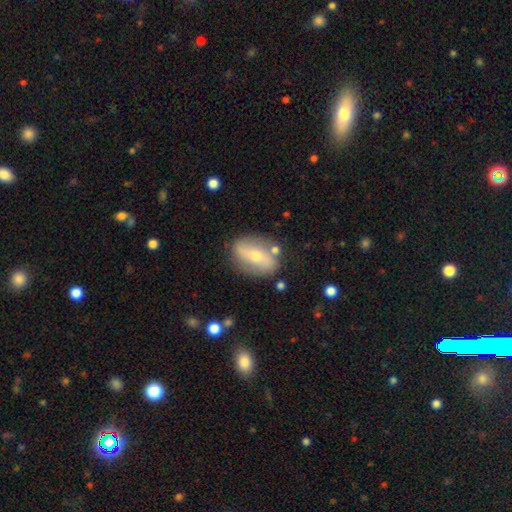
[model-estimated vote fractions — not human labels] Smooth or featured?
  - featured or disk: 56% *
  - smooth: 37%
  - star or artifact: 7%
Edge-on disk?
  - no: 86% *
  - yes: 14%
Merging?
  - none: 78% *
  - minor disturbance: 14%
  - major disturbance: 4%
  - merger: 4%